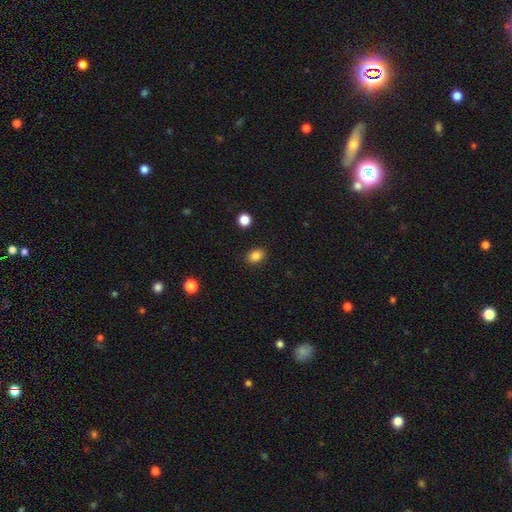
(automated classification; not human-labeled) Smooth or featured? Predicted: smooth (p=0.85). How rounded? Predicted: in between (p=0.61). Merging? Predicted: none (p=0.88).